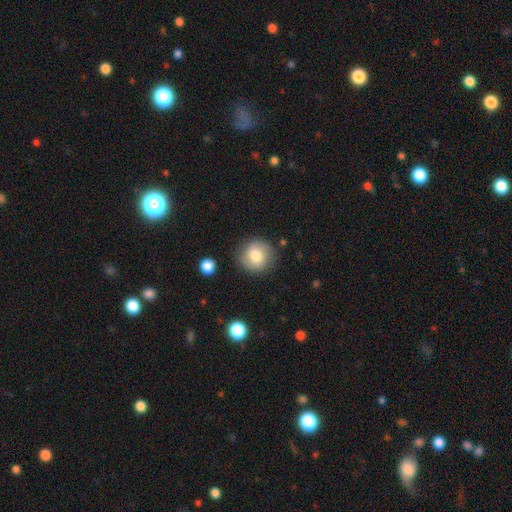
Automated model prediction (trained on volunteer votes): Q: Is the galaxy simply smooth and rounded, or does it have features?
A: smooth — 78%.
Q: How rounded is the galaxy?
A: round — 89%.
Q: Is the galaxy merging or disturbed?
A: none — 85%.